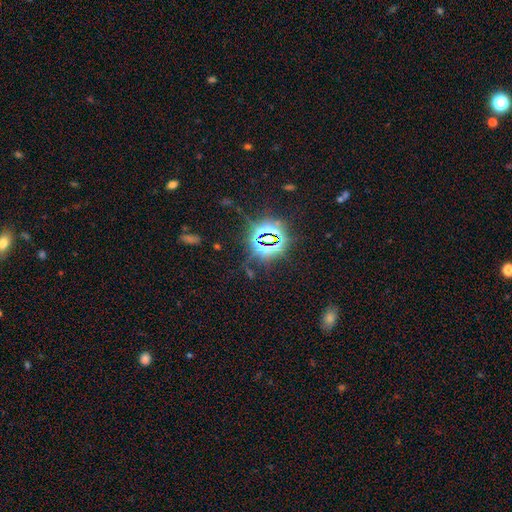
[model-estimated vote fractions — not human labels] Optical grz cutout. It shows a star or artifact, not a galaxy (80%).